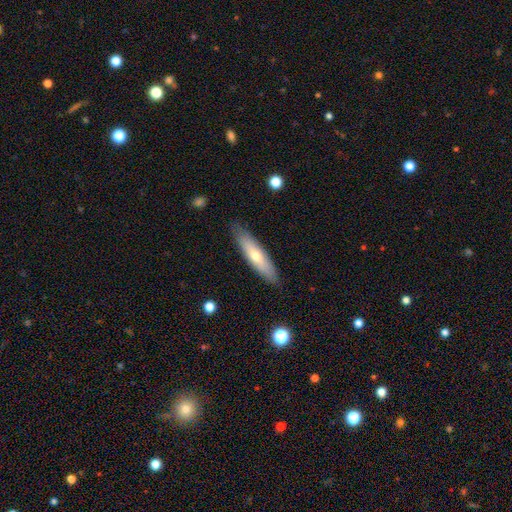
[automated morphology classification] smooth-or-featured: smooth: 55% | featured or disk: 40% | star or artifact: 6%
  how-rounded: cigar-shaped: 73% | in between: 25% | round: 2%
  merging: none: 86% | minor disturbance: 11% | major disturbance: 2% | merger: 1%